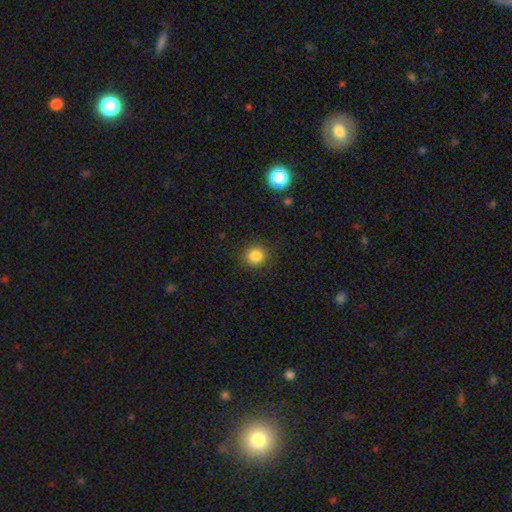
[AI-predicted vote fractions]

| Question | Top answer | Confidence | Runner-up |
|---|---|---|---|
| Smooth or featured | smooth | 84% | star or artifact (11%) |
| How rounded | round | 88% | in between (11%) |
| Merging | none | 89% | minor disturbance (8%) |